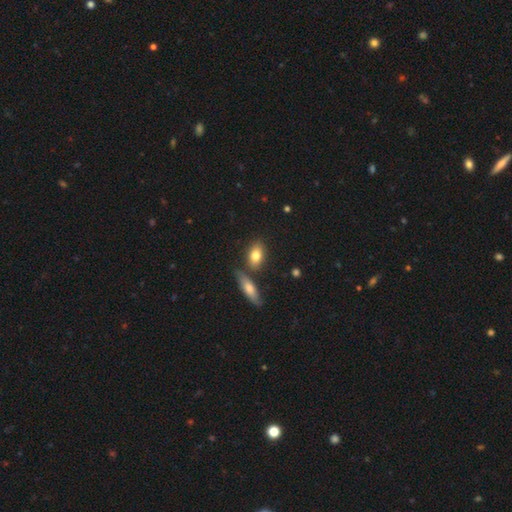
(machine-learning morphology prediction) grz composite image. It shows a smooth galaxy with no disk features (78%) that is in between round and cigar-shaped (83%). Merging: none (70%).